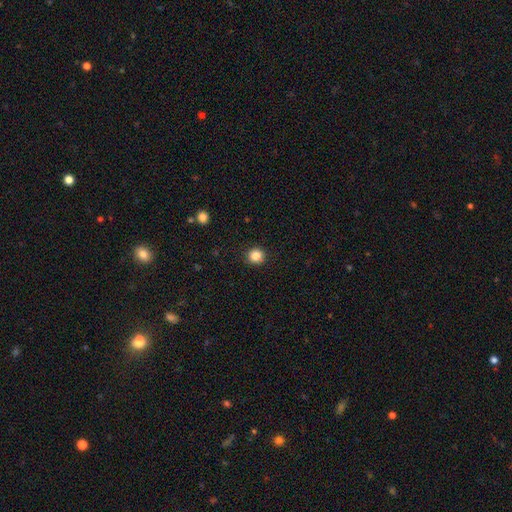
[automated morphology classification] Overall: smooth (84%). How rounded: round (91%). Merging: none (91%).